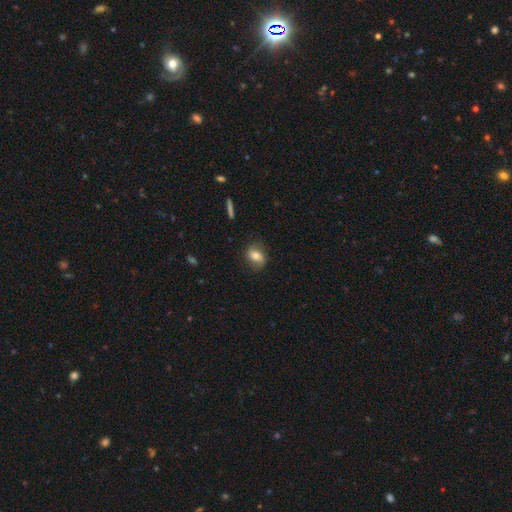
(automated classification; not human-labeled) Smooth or featured?
  - smooth: 76% *
  - featured or disk: 16%
  - star or artifact: 8%
How rounded?
  - in between: 66% *
  - round: 32%
  - cigar-shaped: 2%
Merging?
  - none: 76% *
  - minor disturbance: 18%
  - major disturbance: 5%
  - merger: 1%